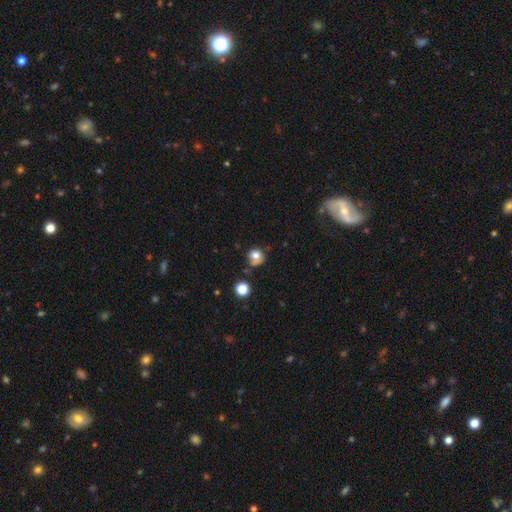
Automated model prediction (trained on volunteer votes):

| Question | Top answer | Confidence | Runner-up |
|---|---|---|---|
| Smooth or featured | smooth | 75% | featured or disk (13%) |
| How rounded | round | 82% | in between (17%) |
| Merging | none | 51% | minor disturbance (25%) |